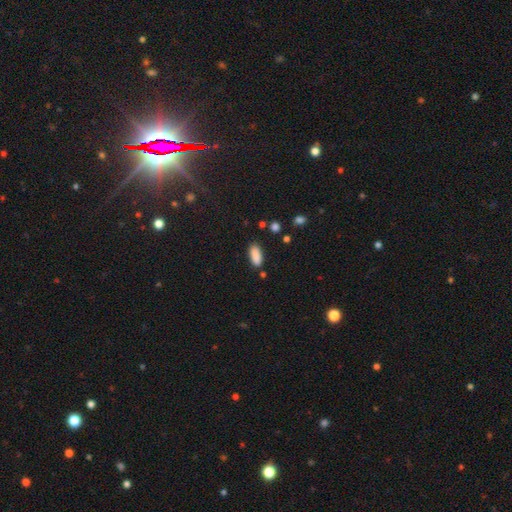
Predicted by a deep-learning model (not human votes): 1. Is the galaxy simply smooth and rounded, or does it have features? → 89% smooth, 7% star or artifact, 4% featured or disk.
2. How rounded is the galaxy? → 79% in between, 19% cigar-shaped, 2% round.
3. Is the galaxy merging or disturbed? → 82% none, 12% minor disturbance, 3% merger, 3% major disturbance.